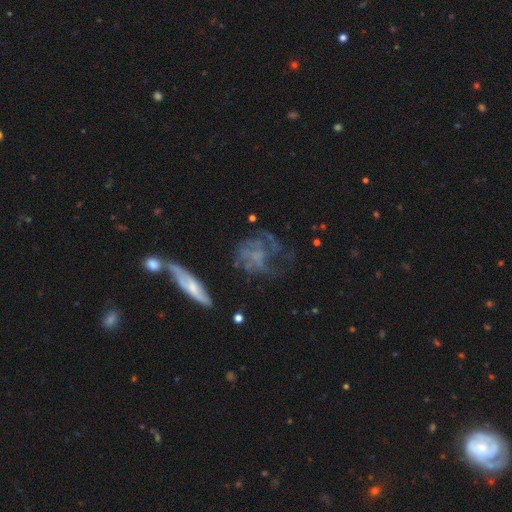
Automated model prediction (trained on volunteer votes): The model was most divided on "merging": none: 41%, major disturbance: 33%, minor disturbance: 18%, merger: 8%. More confident: edge-on disk — no (95%); bar — no (80%); bulge size — none (68%); smooth or featured — featured or disk (63%); spiral arms — no (56%).